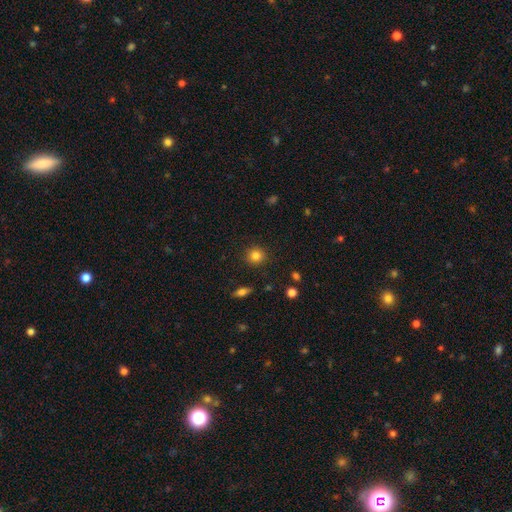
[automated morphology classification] Smooth or featured? Predicted: smooth (p=0.83). How rounded? Predicted: round (p=0.90). Merging? Predicted: none (p=0.89).